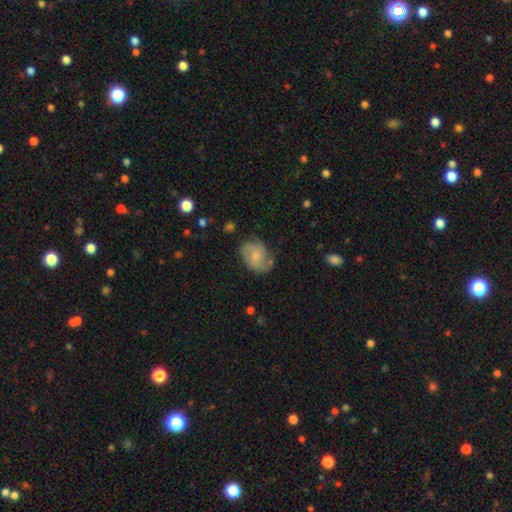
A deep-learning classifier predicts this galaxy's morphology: type=featured or disk (47%); merging=none (61%).